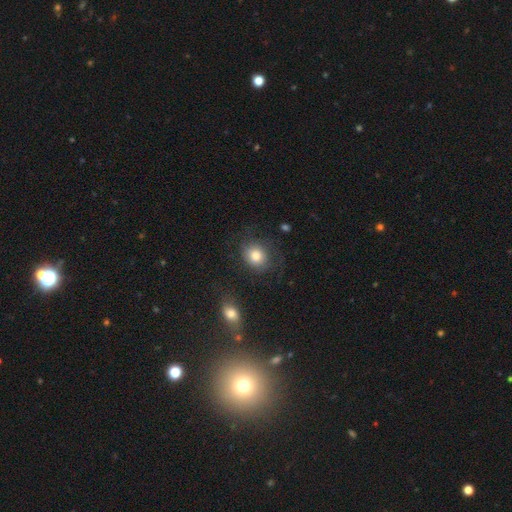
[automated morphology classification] A smooth galaxy with no disk features (80%) that is round (69%).

Vote fractions:
- Smooth or featured? smooth: 80% / featured or disk: 11% / star or artifact: 9%
- How rounded? round: 69% / in between: 30% / cigar-shaped: 1%
- Merging? none: 71% / minor disturbance: 17% / major disturbance: 9% / merger: 3%